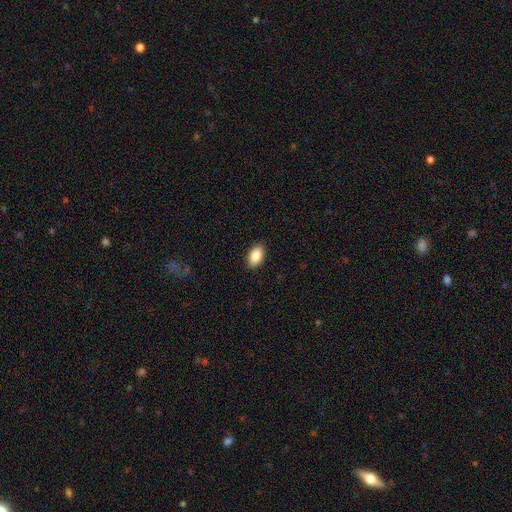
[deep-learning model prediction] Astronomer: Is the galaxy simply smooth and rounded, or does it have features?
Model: smooth — 87%.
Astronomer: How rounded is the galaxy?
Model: in between — 93%.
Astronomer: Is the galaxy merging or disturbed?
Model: none — 89%.